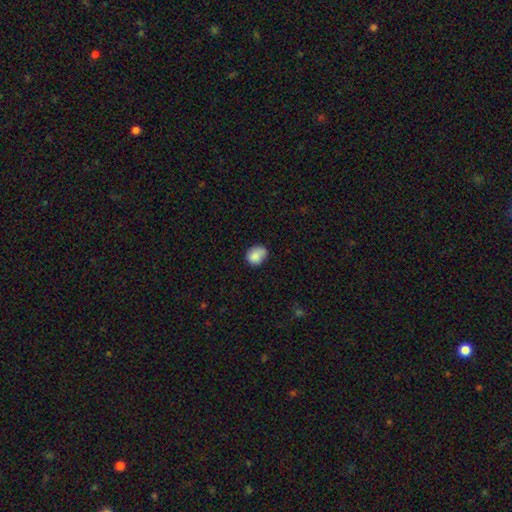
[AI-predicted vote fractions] Smooth or featured: smooth — 85% (star or artifact — 9%)
How rounded: round — 53% (in between — 46%)
Merging: none — 63% (minor disturbance — 28%)